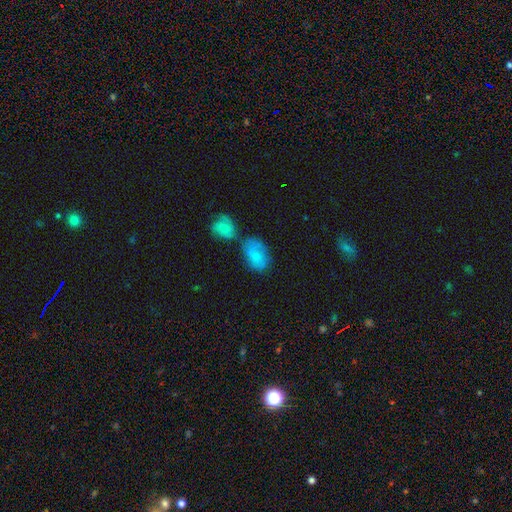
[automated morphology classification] The model was most divided on "merging": merger: 43%, none: 31%, minor disturbance: 17%, major disturbance: 9%. More confident: how rounded — in between (86%); smooth or featured — smooth (69%).